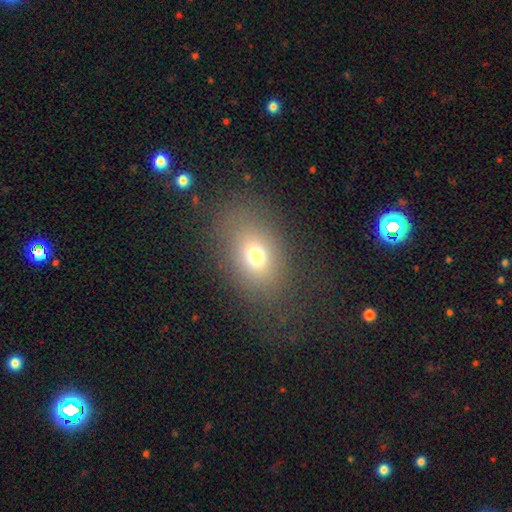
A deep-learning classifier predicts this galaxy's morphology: type=smooth (69%); roundness=in between (71%); merging=none (78%).